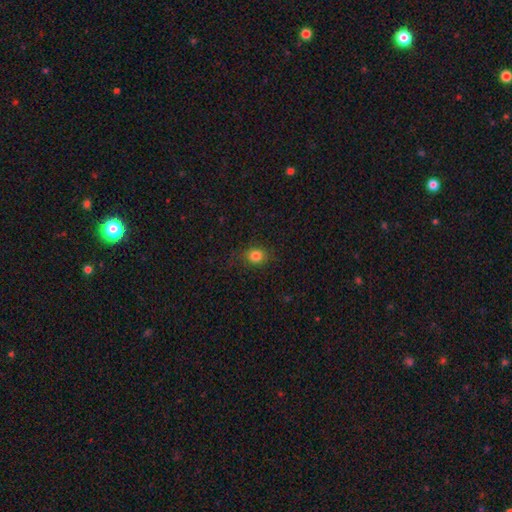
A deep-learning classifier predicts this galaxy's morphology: A smooth galaxy with no disk features (82%) that is round (70%).

Vote fractions:
- Smooth or featured? smooth: 82% / star or artifact: 12% / featured or disk: 6%
- How rounded? round: 70% / in between: 29% / cigar-shaped: 1%
- Merging? none: 79% / minor disturbance: 15% / major disturbance: 5% / merger: 1%